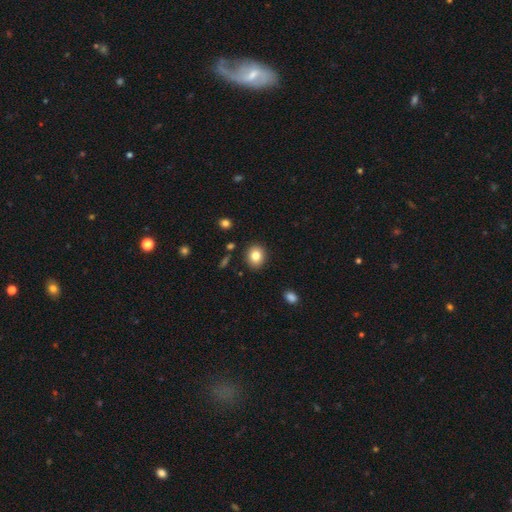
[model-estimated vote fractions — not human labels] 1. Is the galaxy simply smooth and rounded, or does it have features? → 82% smooth, 9% star or artifact, 9% featured or disk.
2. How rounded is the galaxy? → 62% round, 37% in between, 1% cigar-shaped.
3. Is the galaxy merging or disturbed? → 89% none, 7% minor disturbance, 2% major disturbance, 2% merger.